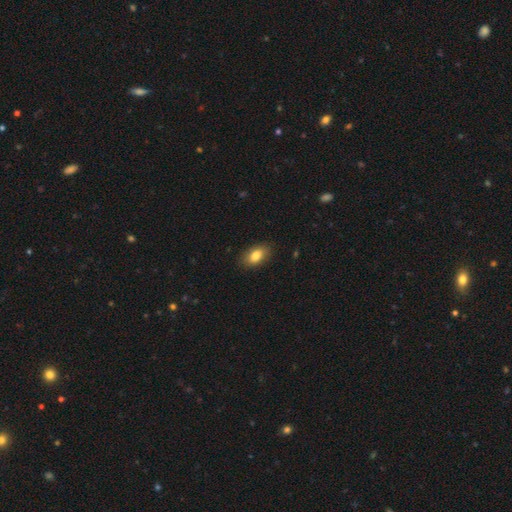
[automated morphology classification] Smooth or featured?
  - smooth: 83% *
  - featured or disk: 9%
  - star or artifact: 8%
How rounded?
  - in between: 90% *
  - round: 8%
  - cigar-shaped: 3%
Merging?
  - none: 86% *
  - minor disturbance: 11%
  - major disturbance: 2%
  - merger: 1%